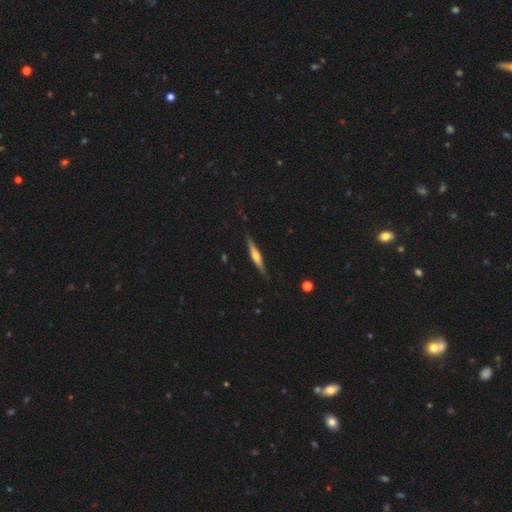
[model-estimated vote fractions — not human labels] Smooth or featured: featured or disk — 68% (smooth — 27%)
Edge-on disk: yes — 97% (no — 3%)
Edge-on bulge: rounded — 85% (boxy — 8%)
Merging: none — 88% (minor disturbance — 9%)